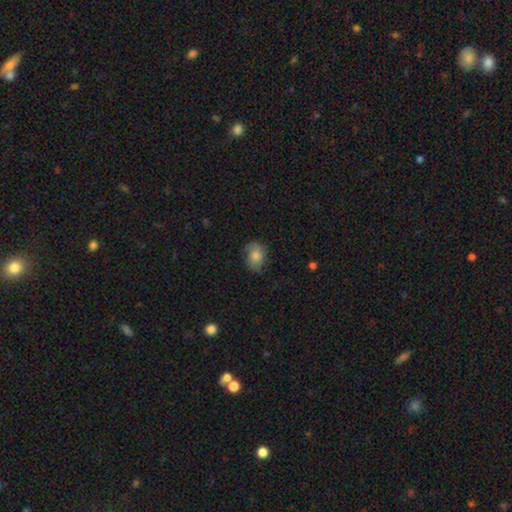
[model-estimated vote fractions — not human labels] Smooth or featured? Predicted: smooth (p=0.77). How rounded? Predicted: in between (p=0.67). Merging? Predicted: none (p=0.69).